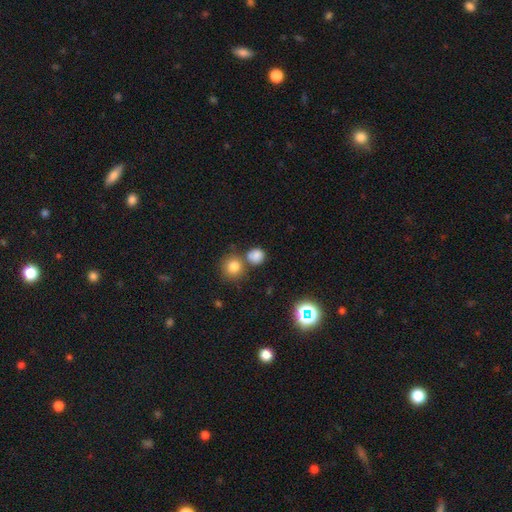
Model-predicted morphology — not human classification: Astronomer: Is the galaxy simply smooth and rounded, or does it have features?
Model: smooth — 79%.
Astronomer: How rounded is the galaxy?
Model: round — 84%.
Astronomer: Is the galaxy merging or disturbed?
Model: none — 63%.